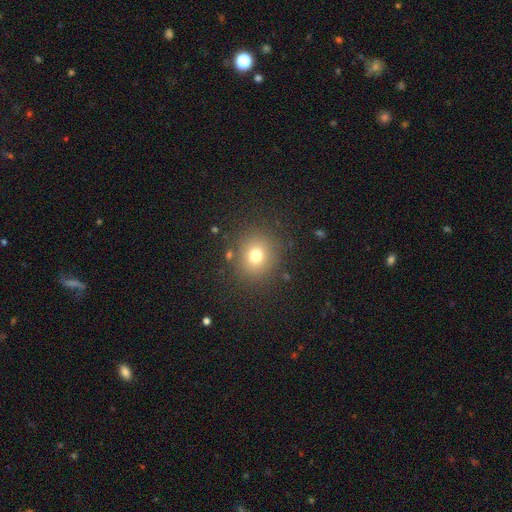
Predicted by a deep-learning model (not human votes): smooth-or-featured: smooth: 74% | star or artifact: 16% | featured or disk: 10%
  how-rounded: round: 82% | in between: 17% | cigar-shaped: 1%
  merging: none: 85% | minor disturbance: 9% | major disturbance: 4% | merger: 2%